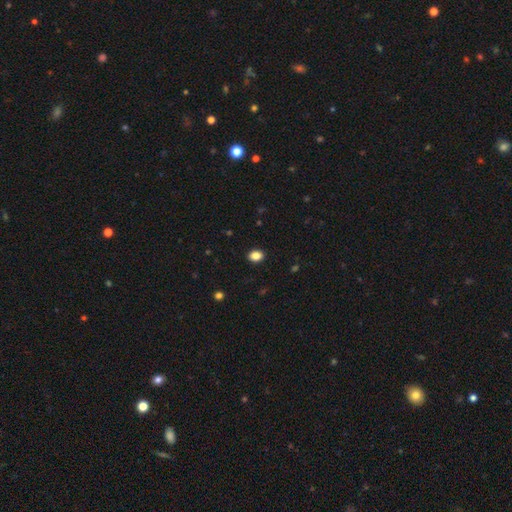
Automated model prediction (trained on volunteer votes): Smooth or featured?
  - smooth: 86% *
  - star or artifact: 10%
  - featured or disk: 4%
How rounded?
  - in between: 61% *
  - round: 38%
  - cigar-shaped: 1%
Merging?
  - none: 91% *
  - minor disturbance: 6%
  - major disturbance: 2%
  - merger: 1%